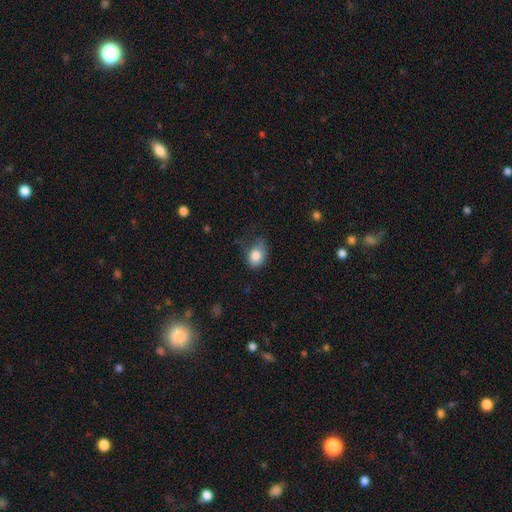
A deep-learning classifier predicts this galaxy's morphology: Smooth or featured?
  - smooth: 81% *
  - featured or disk: 11%
  - star or artifact: 9%
How rounded?
  - in between: 67% *
  - round: 32%
  - cigar-shaped: 1%
Merging?
  - none: 43% *
  - minor disturbance: 38%
  - major disturbance: 18%
  - merger: 2%